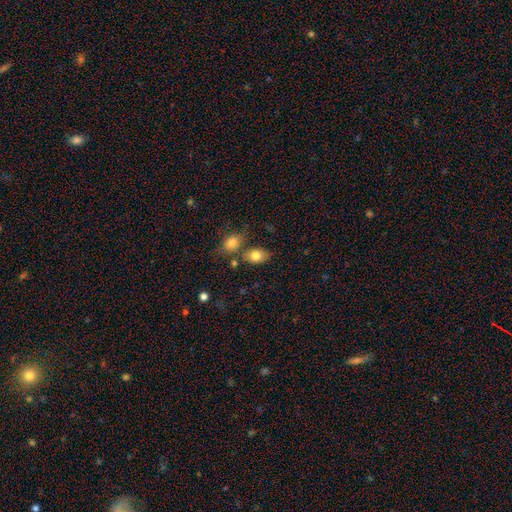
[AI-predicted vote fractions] smooth-or-featured: smooth: 80% | featured or disk: 11% | star or artifact: 9%
  how-rounded: in between: 82% | round: 17% | cigar-shaped: 1%
  merging: none: 65% | merger: 17% | minor disturbance: 14% | major disturbance: 4%